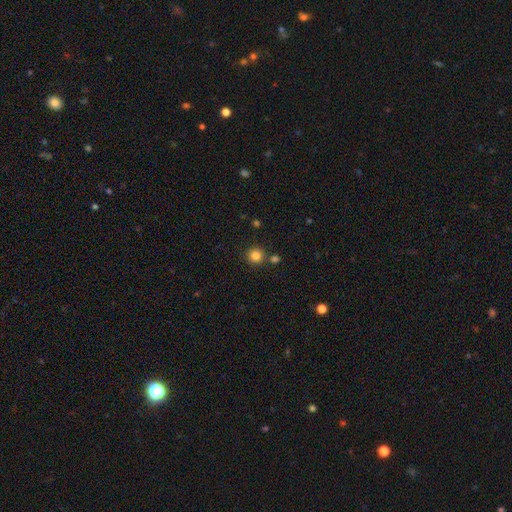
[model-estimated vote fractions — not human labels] Smooth or featured? smooth (83%)
How rounded? round (94%)
Merging? none (83%)